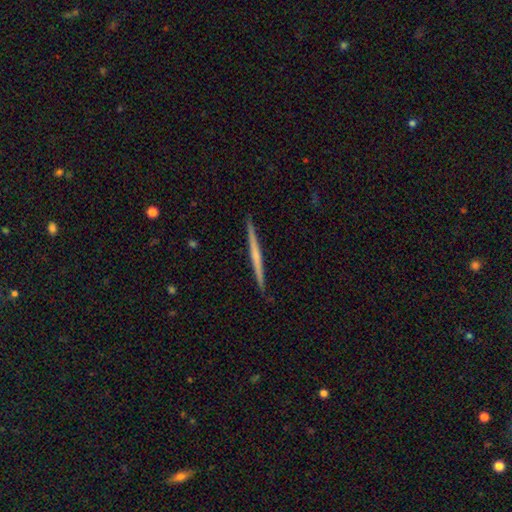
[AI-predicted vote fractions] This appears to be a featured or disk galaxy (63%) viewed edge-on (98%) with no central bulge (69%). Merging: none (92%).